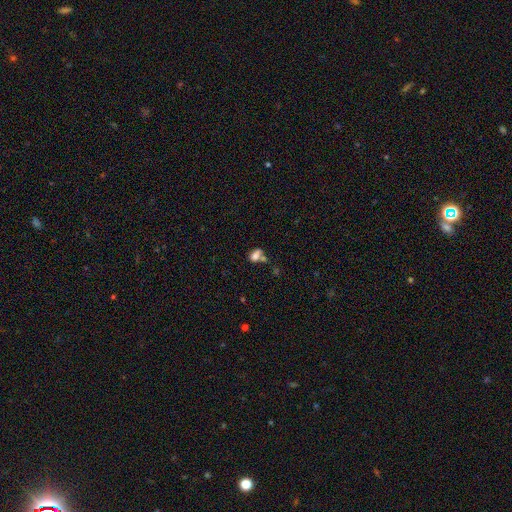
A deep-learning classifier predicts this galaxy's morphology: This appears to be a smooth galaxy with no disk features (74%) that is in between round and cigar-shaped (76%). Merging: merger (46%).